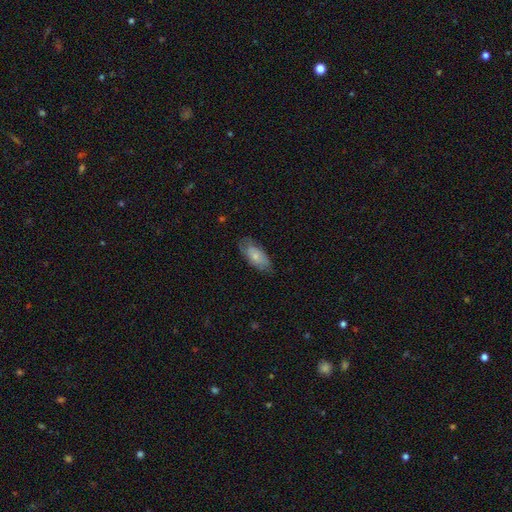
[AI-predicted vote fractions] Smooth or featured: smooth — 69% (featured or disk — 25%)
How rounded: in between — 87% (cigar-shaped — 11%)
Merging: none — 70% (minor disturbance — 23%)